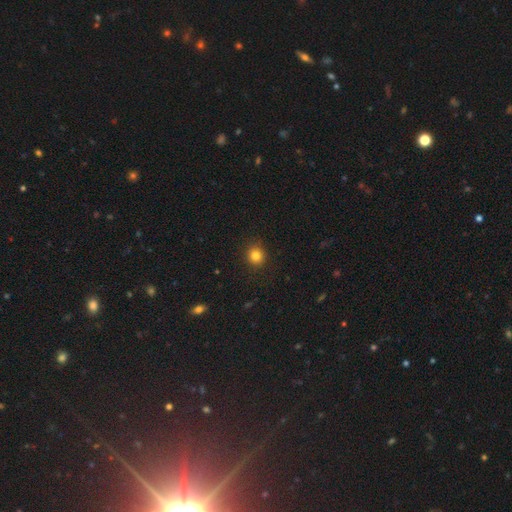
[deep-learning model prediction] Smooth or featured? smooth (82%)
How rounded? round (87%)
Merging? none (91%)